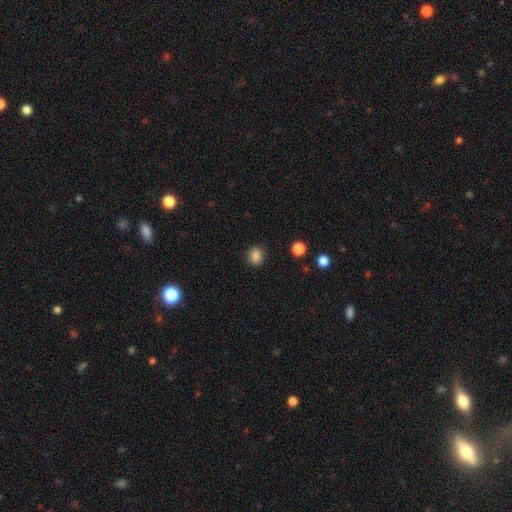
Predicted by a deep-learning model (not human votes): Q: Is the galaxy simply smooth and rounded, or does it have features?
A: smooth — 85%.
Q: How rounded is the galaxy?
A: round — 66%.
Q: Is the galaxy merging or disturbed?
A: none — 88%.